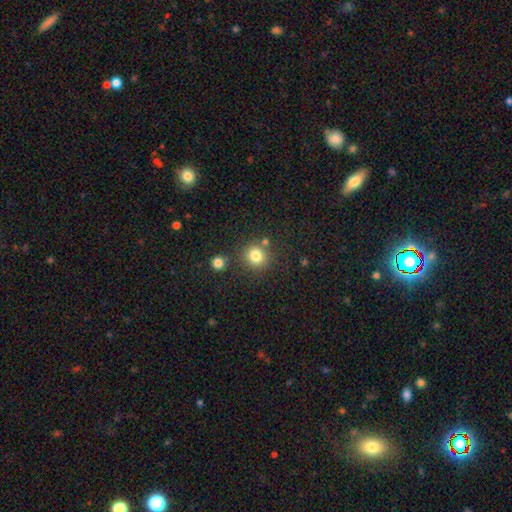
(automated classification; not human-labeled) This is clearly a smooth galaxy (81%). How rounded: clearly round (90%). Merging: likely none (78%).